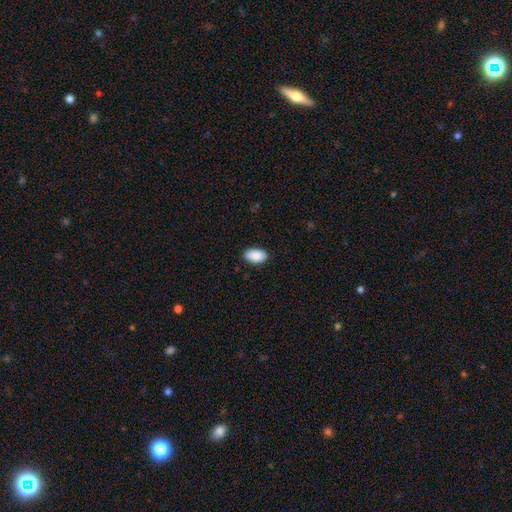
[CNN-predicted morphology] smooth-or-featured: smooth: 90% | star or artifact: 6% | featured or disk: 3%
  how-rounded: in between: 95% | round: 4% | cigar-shaped: 2%
  merging: none: 89% | minor disturbance: 9% | major disturbance: 2% | merger: 1%